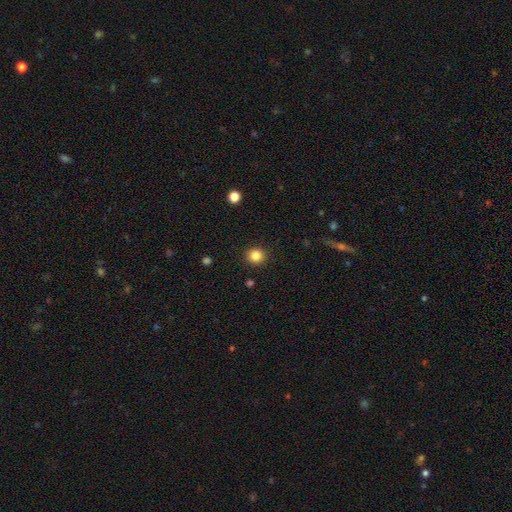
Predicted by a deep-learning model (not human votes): This appears to be a smooth galaxy with no disk features (84%) that is round (90%). Merging: none (92%).